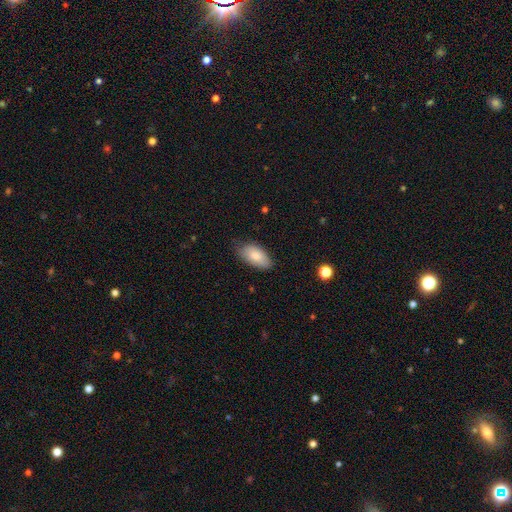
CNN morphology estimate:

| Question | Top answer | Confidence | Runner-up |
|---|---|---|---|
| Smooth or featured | smooth | 82% | featured or disk (12%) |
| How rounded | in between | 94% | cigar-shaped (3%) |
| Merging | none | 73% | minor disturbance (22%) |